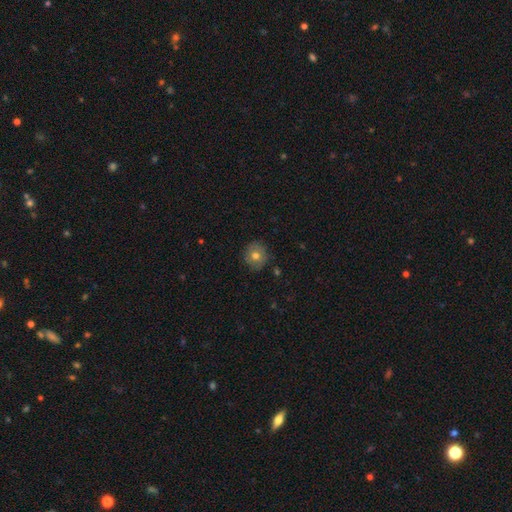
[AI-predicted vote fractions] Smooth or featured: smooth — 73% (featured or disk — 16%)
How rounded: round — 90% (in between — 9%)
Merging: none — 86% (minor disturbance — 11%)